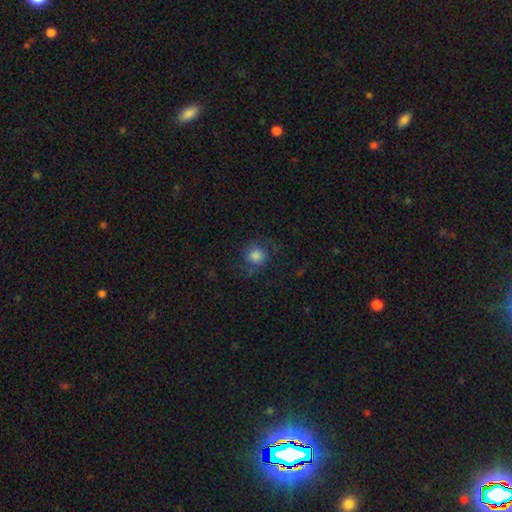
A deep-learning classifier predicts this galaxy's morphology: This is likely a smooth galaxy (73%). How rounded: clearly round (85%). Merging: likely none (64%).